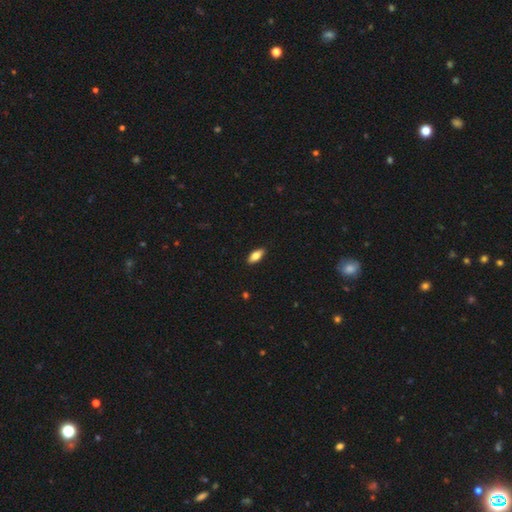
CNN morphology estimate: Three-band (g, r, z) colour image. It shows a smooth galaxy with no disk features (77%) that is in between round and cigar-shaped (82%). Merging: none (90%).